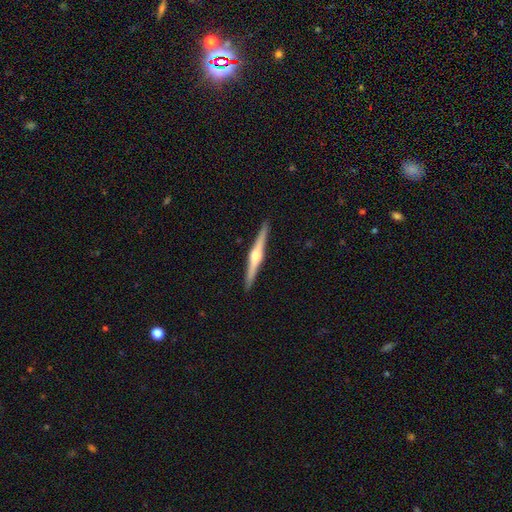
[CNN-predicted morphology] Smooth or featured: featured or disk — 78% (smooth — 17%)
Edge-on disk: yes — 99% (no — 1%)
Edge-on bulge: rounded — 90% (boxy — 6%)
Merging: none — 92% (minor disturbance — 5%)